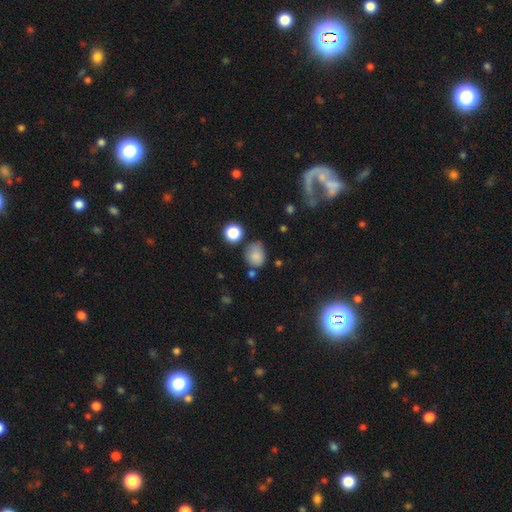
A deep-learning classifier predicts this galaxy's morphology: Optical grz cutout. It shows a smooth galaxy with no disk features (81%) that is round (53%). Merging: none (53%).